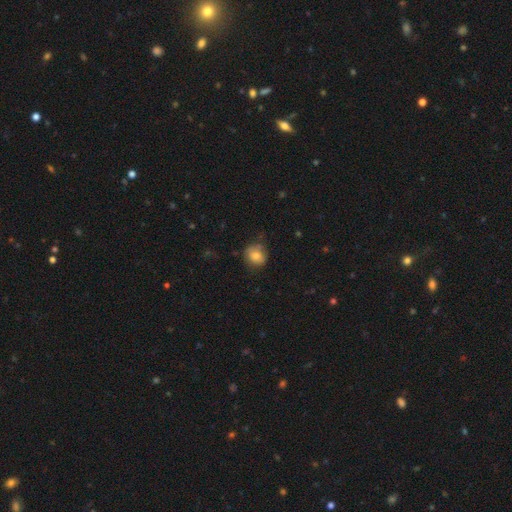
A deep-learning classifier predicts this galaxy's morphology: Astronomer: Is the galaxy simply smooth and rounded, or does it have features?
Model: smooth — 76%.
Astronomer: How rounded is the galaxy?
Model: round — 70%.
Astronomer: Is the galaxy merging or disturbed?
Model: none — 66%.